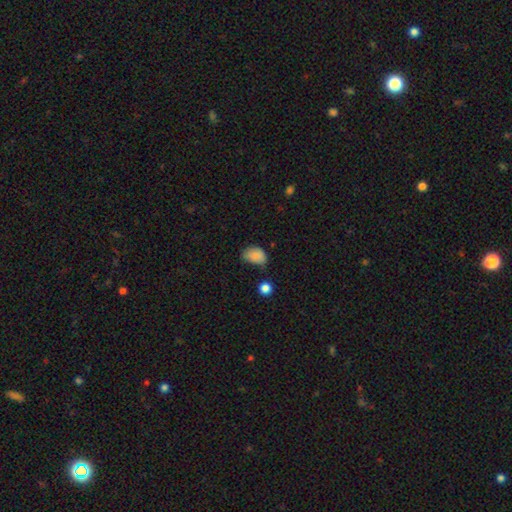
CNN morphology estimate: This appears to be a smooth galaxy with no disk features (83%) that is in between round and cigar-shaped (75%). Merging: none (44%).